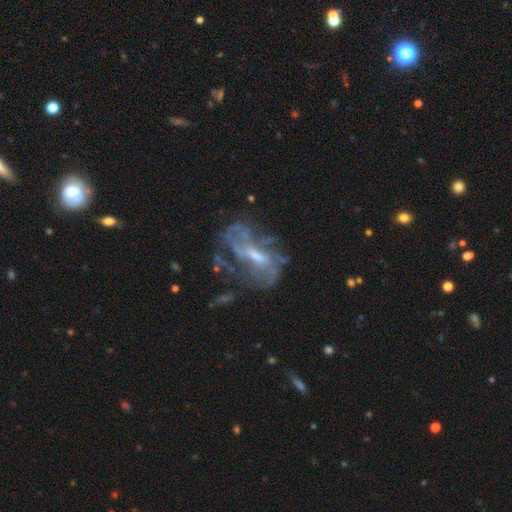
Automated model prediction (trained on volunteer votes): Smooth or featured: featured or disk — 76% (smooth — 12%)
Edge-on disk: no — 95% (yes — 5%)
Bar: weak — 47% (no — 35%)
Spiral arms: yes — 62% (no — 38%)
Bulge size: moderate — 45% (small — 40%)
Merging: none — 44% (major disturbance — 31%)